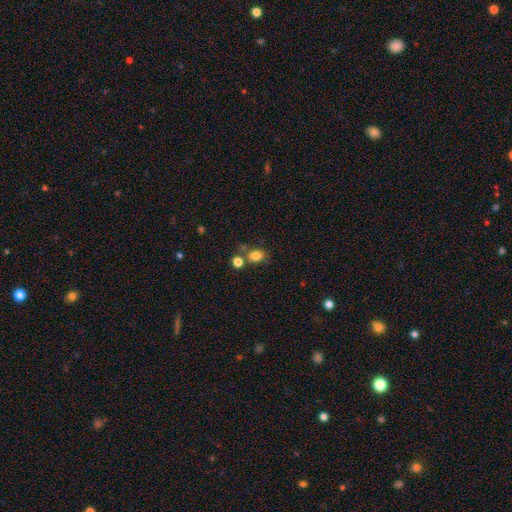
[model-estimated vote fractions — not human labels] Smooth or featured?
  - smooth: 80% *
  - star or artifact: 12%
  - featured or disk: 8%
How rounded?
  - round: 56% *
  - in between: 43%
  - cigar-shaped: 1%
Merging?
  - none: 60% *
  - merger: 20%
  - minor disturbance: 14%
  - major disturbance: 5%